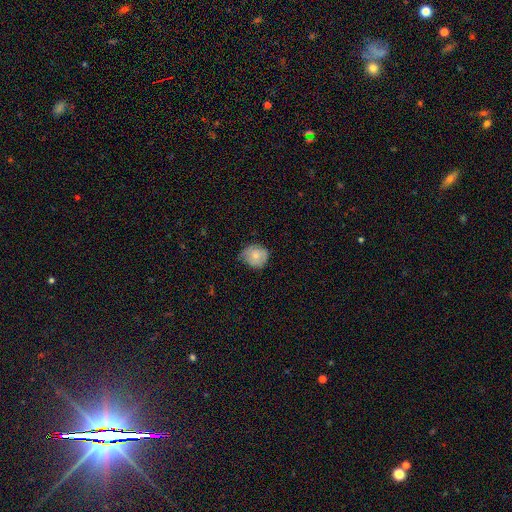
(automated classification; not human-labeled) Q: Smooth or featured?
A: smooth (72%); runner-up: featured or disk (20%)
Q: How rounded?
A: round (78%); runner-up: in between (21%)
Q: Merging?
A: none (52%); runner-up: minor disturbance (38%)